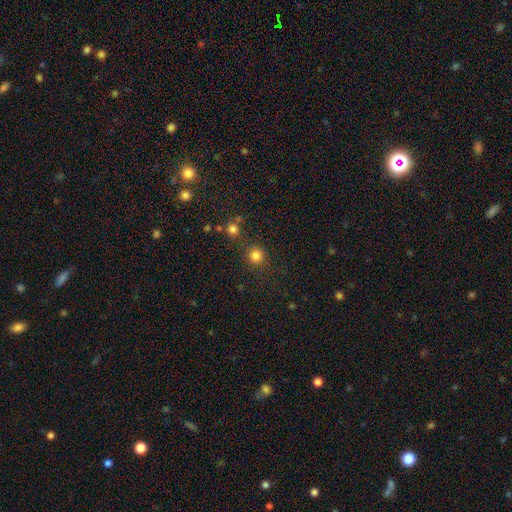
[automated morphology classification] Overall: smooth (82%). How rounded: round (94%). Merging: none (82%).